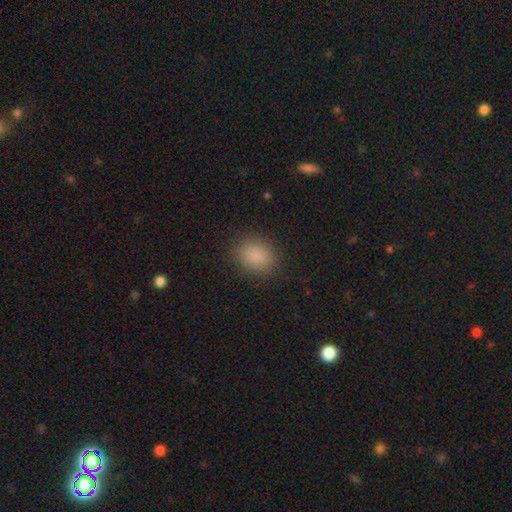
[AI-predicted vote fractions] smooth 87%, star or artifact 9%, featured or disk 4%. Down the decision tree: how rounded — in between (54%); merging — none (87%).